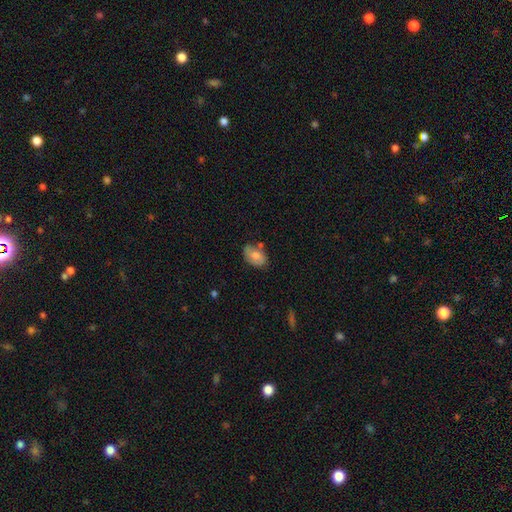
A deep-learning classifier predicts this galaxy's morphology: Overall: smooth (70%). How rounded: in between (88%). Merging: none (61%; minor disturbance 25%).